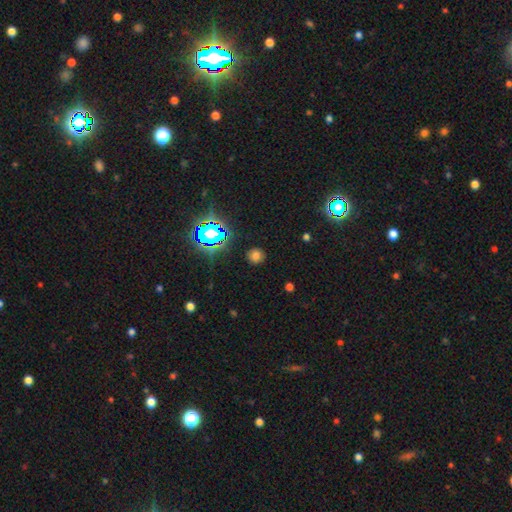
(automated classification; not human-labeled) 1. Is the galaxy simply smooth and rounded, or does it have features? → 67% smooth, 26% star or artifact, 7% featured or disk.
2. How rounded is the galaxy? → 87% round, 12% in between, 1% cigar-shaped.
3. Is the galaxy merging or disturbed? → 86% none, 9% minor disturbance, 3% major disturbance, 2% merger.